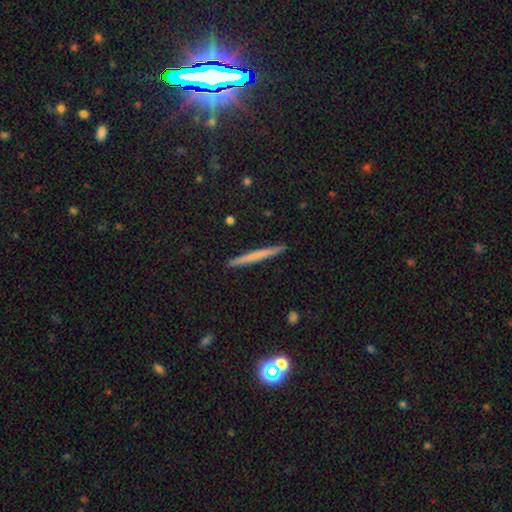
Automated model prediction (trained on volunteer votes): smooth_or_featured: smooth (p=0.56) [alt: featured or disk p=0.37]
how_rounded: cigar-shaped (p=0.97) [alt: in between p=0.02]
merging: none (p=0.93) [alt: minor disturbance p=0.05]